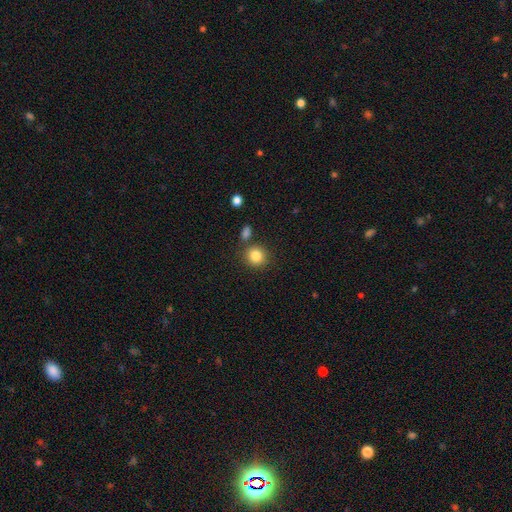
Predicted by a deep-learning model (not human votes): Smooth or featured?
  - smooth: 84% *
  - star or artifact: 10%
  - featured or disk: 6%
How rounded?
  - round: 86% *
  - in between: 13%
  - cigar-shaped: 1%
Merging?
  - none: 78% *
  - merger: 10%
  - minor disturbance: 10%
  - major disturbance: 3%